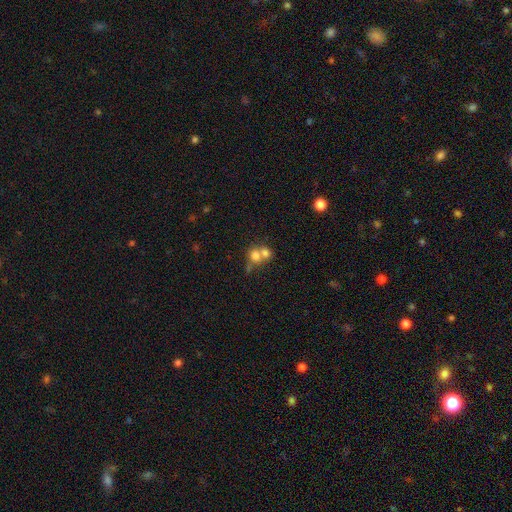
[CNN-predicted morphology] A smooth galaxy with no disk features (72%) that is round (75%).

Vote fractions:
- Smooth or featured? smooth: 72% / featured or disk: 17% / star or artifact: 11%
- How rounded? round: 75% / in between: 24% / cigar-shaped: 1%
- Merging? merger: 63% / none: 27% / minor disturbance: 6% / major disturbance: 4%